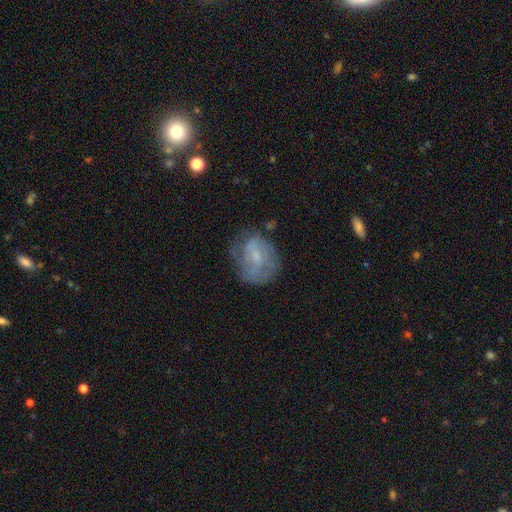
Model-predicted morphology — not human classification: type=featured or disk (50%); merging=none (54%).